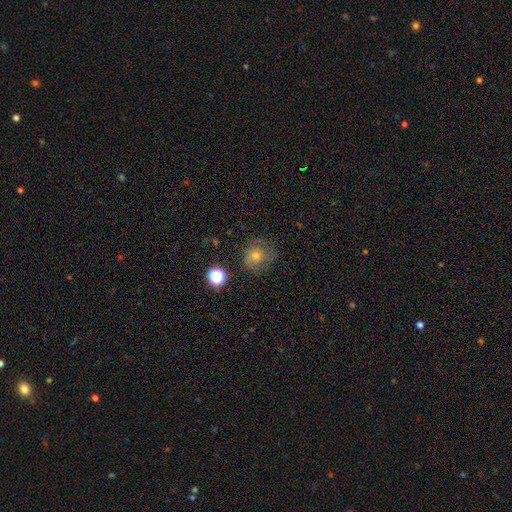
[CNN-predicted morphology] smooth_or_featured: smooth (p=0.51) [alt: featured or disk p=0.31]
how_rounded: round (p=0.89) [alt: in between p=0.10]
merging: none (p=0.75) [alt: minor disturbance p=0.16]